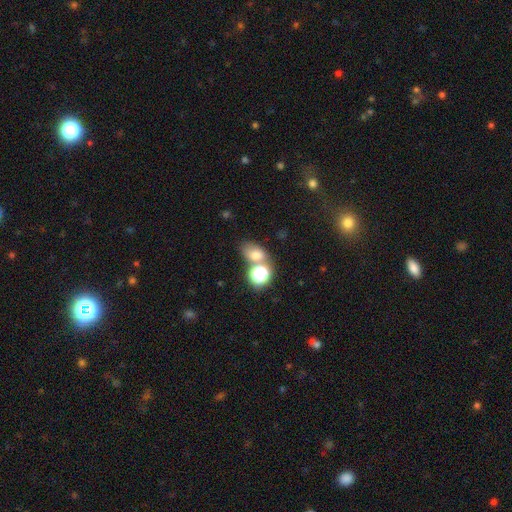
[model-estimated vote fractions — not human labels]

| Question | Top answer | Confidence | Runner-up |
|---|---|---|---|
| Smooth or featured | smooth | 67% | star or artifact (20%) |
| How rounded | in between | 66% | round (33%) |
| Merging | none | 48% | merger (33%) |